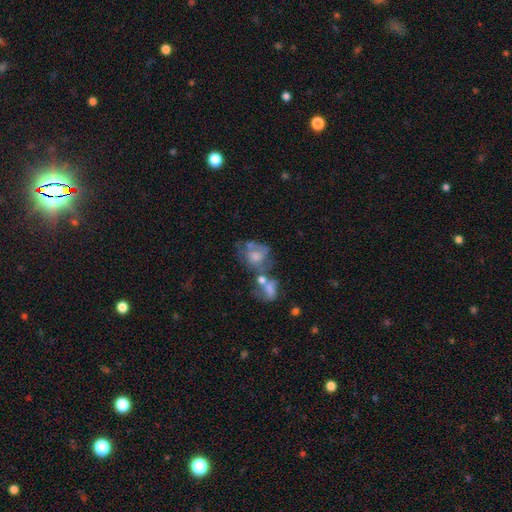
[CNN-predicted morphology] Smooth or featured?
  - featured or disk: 48% *
  - smooth: 42%
  - star or artifact: 11%
Merging?
  - merger: 47% *
  - major disturbance: 20%
  - none: 20%
  - minor disturbance: 13%